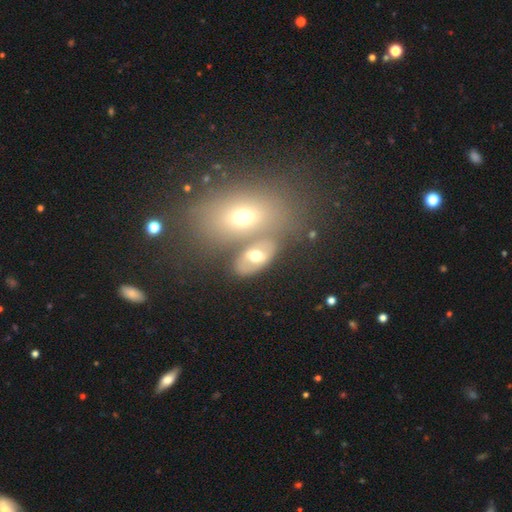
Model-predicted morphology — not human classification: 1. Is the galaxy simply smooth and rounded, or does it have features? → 51% smooth, 38% featured or disk, 11% star or artifact.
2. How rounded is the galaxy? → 83% in between, 14% round, 3% cigar-shaped.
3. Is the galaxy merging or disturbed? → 48% none, 34% merger, 12% minor disturbance, 7% major disturbance.